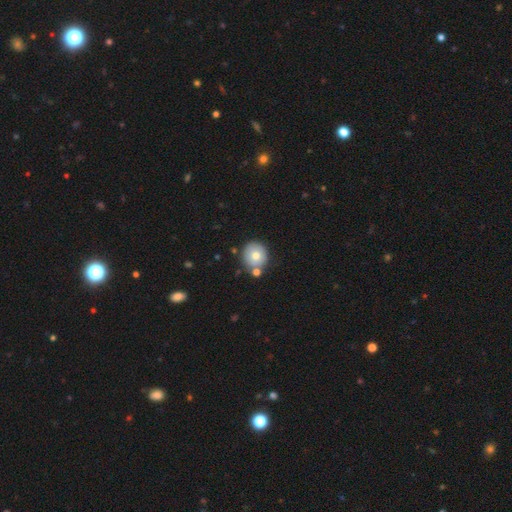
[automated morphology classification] A smooth galaxy with no disk features (72%) that is round (89%).

Vote fractions:
- Smooth or featured? smooth: 72% / featured or disk: 19% / star or artifact: 9%
- How rounded? round: 89% / in between: 10% / cigar-shaped: 1%
- Merging? none: 71% / merger: 15% / minor disturbance: 11% / major disturbance: 3%